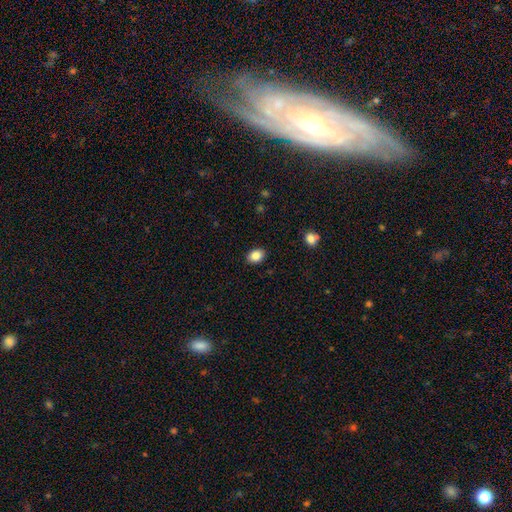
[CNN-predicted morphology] A smooth galaxy with no disk features (86%) that is in between round and cigar-shaped (69%).

Vote fractions:
- Smooth or featured? smooth: 86% / star or artifact: 9% / featured or disk: 5%
- How rounded? in between: 69% / round: 30% / cigar-shaped: 1%
- Merging? none: 89% / minor disturbance: 8% / major disturbance: 2% / merger: 1%